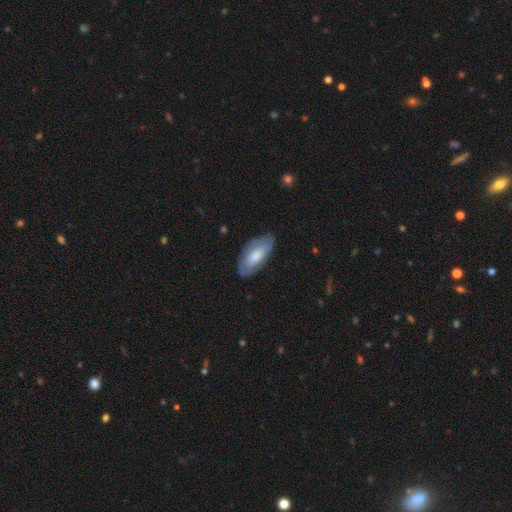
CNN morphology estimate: Overall: smooth (70%). How rounded: in between (86%). Merging: none (76%).